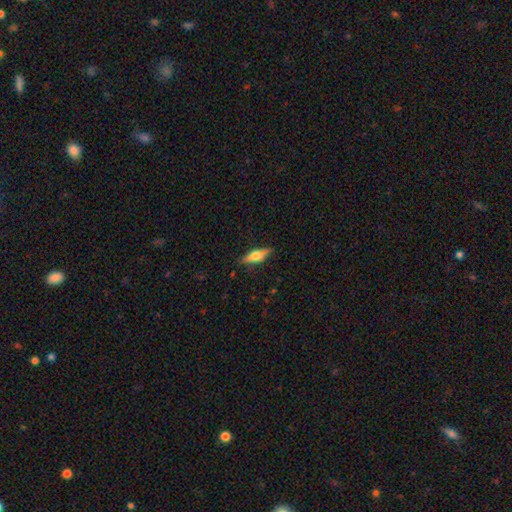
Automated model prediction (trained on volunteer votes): smooth-or-featured: smooth: 48% | featured or disk: 46% | star or artifact: 6%
  merging: none: 84% | minor disturbance: 12% | major disturbance: 3% | merger: 1%